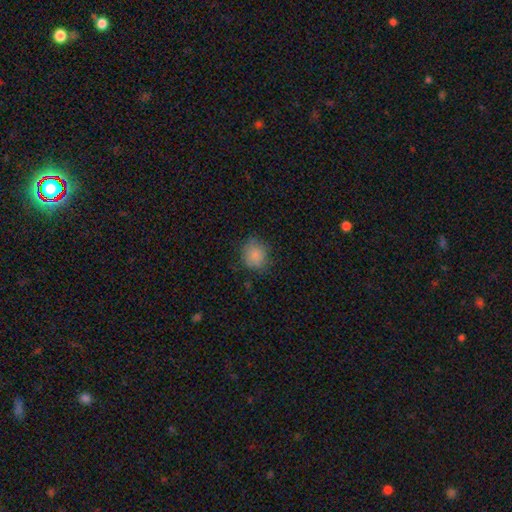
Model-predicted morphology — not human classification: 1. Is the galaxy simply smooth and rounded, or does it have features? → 83% smooth, 10% star or artifact, 7% featured or disk.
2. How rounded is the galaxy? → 80% round, 19% in between, 1% cigar-shaped.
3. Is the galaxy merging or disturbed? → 75% none, 18% minor disturbance, 6% major disturbance, 1% merger.